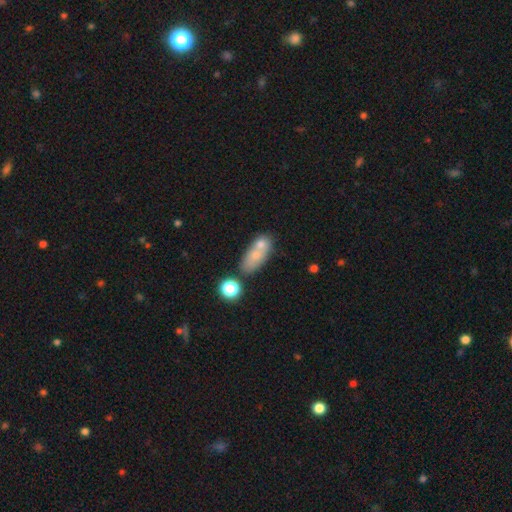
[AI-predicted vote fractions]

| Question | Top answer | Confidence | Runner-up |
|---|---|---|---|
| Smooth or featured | smooth | 65% | featured or disk (24%) |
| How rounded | in between | 73% | cigar-shaped (16%) |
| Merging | none | 41% | merger (39%) |